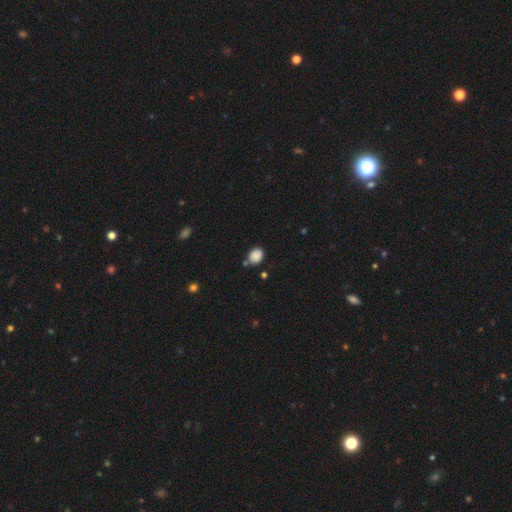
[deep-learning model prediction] smooth-or-featured: smooth: 87% | star or artifact: 9% | featured or disk: 4%
  how-rounded: in between: 50% | round: 49% | cigar-shaped: 1%
  merging: none: 69% | minor disturbance: 17% | merger: 9% | major disturbance: 4%